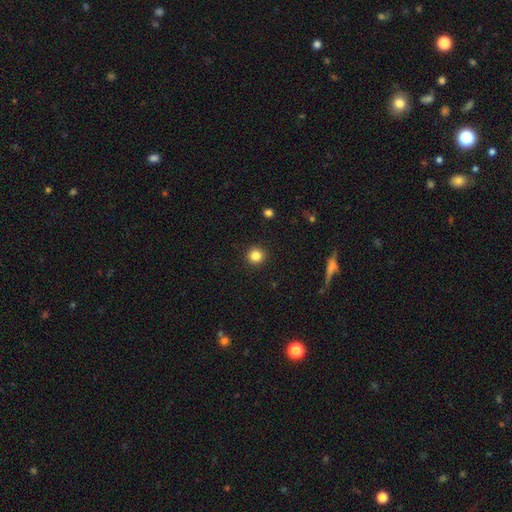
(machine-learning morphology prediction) Smooth or featured: smooth — 84% (star or artifact — 11%)
How rounded: round — 95% (in between — 4%)
Merging: none — 92% (minor disturbance — 5%)